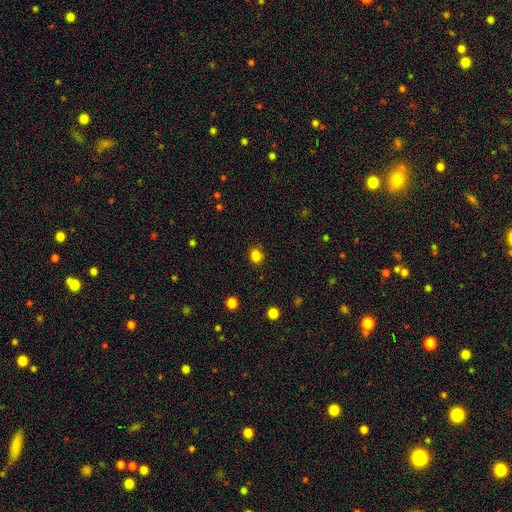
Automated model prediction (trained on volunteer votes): Smooth or featured? Predicted: smooth (p=0.84). How rounded? Predicted: round (p=0.70). Merging? Predicted: none (p=0.87).